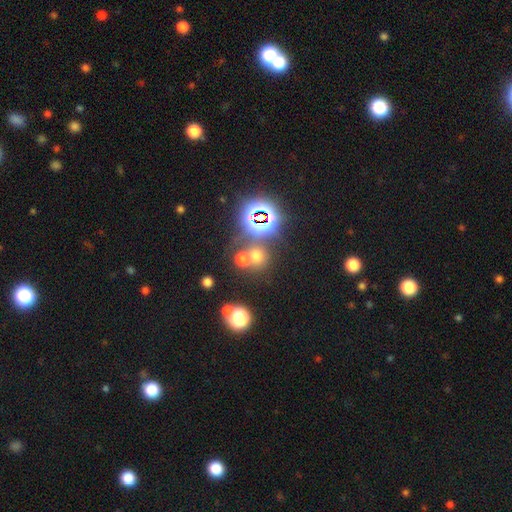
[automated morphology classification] Overall: smooth (56%; star or artifact 35%). How rounded: round (85%). Merging: none (58%; merger 30%).